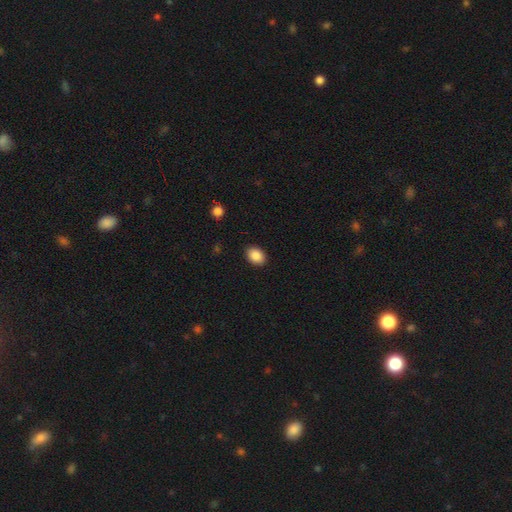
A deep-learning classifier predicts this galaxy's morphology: smooth 89%, star or artifact 8%, featured or disk 3%. Down the decision tree: how rounded — in between (73%); merging — none (90%).